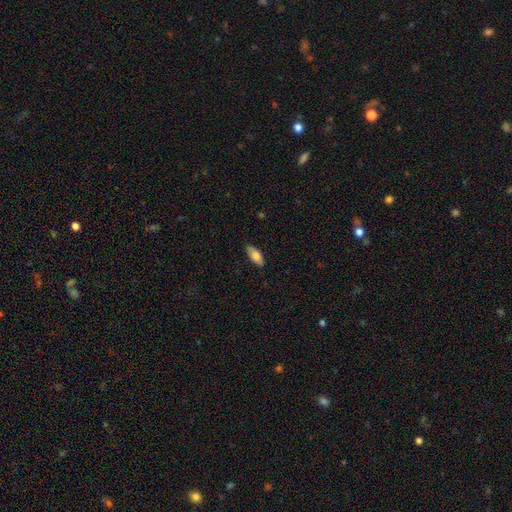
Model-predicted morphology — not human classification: Q: Smooth or featured?
A: smooth (76%); runner-up: featured or disk (18%)
Q: How rounded?
A: in between (84%); runner-up: cigar-shaped (14%)
Q: Merging?
A: none (84%); runner-up: minor disturbance (12%)